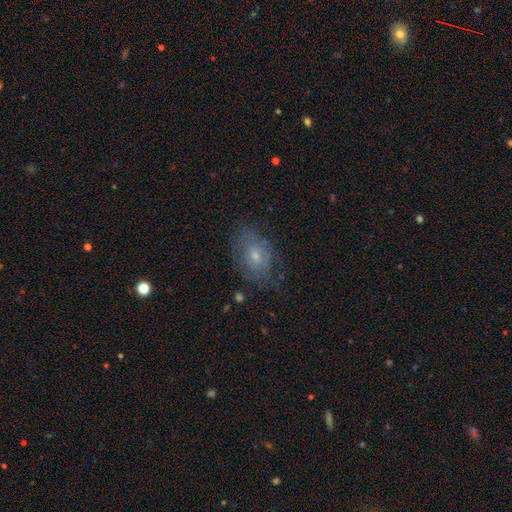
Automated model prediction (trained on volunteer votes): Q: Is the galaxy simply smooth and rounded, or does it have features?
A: featured or disk — 48%.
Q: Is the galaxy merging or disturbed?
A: none — 64%.